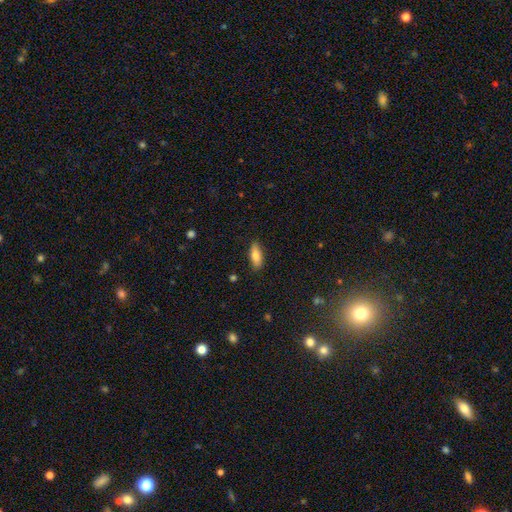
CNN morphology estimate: type=smooth (82%); roundness=in between (77%); merging=none (85%).